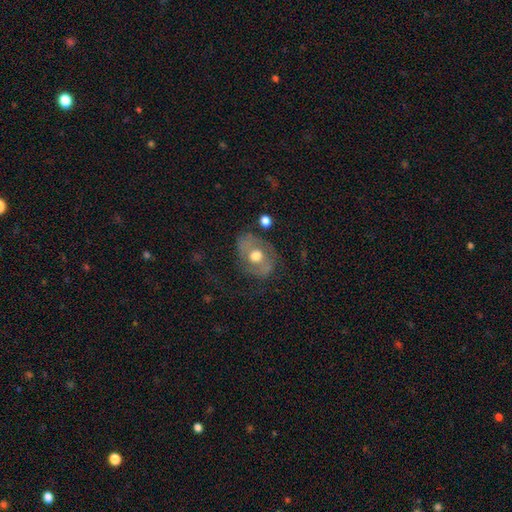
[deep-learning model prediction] featured or disk 59%, smooth 33%, star or artifact 9%. Down the decision tree: edge-on disk — no (95%); bar — no (70%); spiral arms — yes (53%); bulge size — moderate (66%); merging — none (63%).